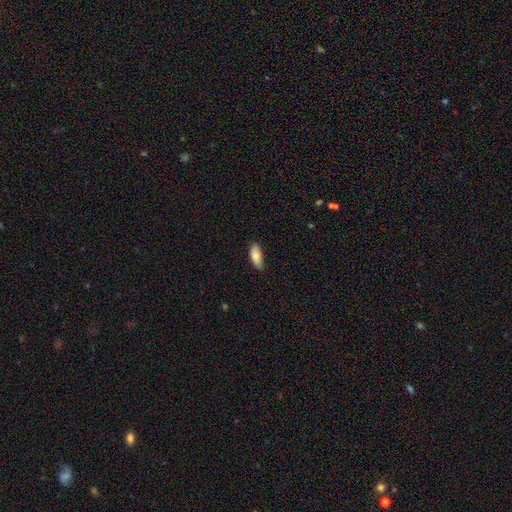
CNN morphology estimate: The model was most divided on "merging": none: 78%, minor disturbance: 18%, major disturbance: 2%, merger: 1%. More confident: smooth or featured — smooth (84%); how rounded — in between (82%).